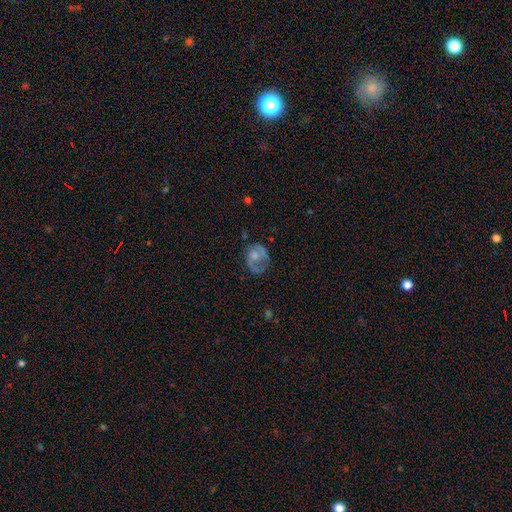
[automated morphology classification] This is possibly a featured or disk galaxy (52%). It is clearly not viewed edge-on (97%). Bar: likely no (75%). Spiral arm pattern: likely yes (62%). Central bulge: marginally moderate (37%). Merging: possibly none (48%).